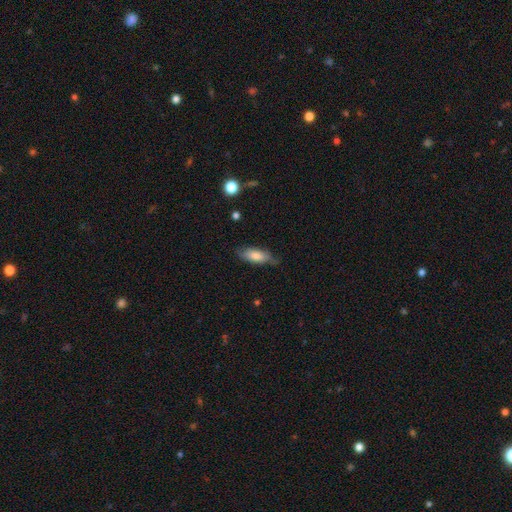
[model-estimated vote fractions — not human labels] smooth_or_featured: smooth (p=0.72) [alt: featured or disk p=0.21]
how_rounded: in between (p=0.68) [alt: cigar-shaped p=0.30]
merging: none (p=0.69) [alt: minor disturbance p=0.24]